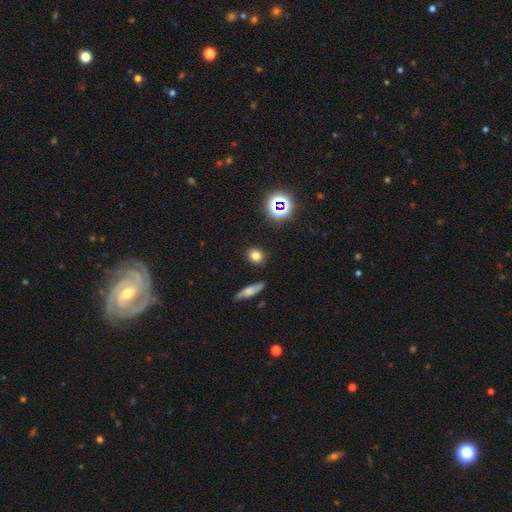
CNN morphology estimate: smooth-or-featured: smooth: 75% | star or artifact: 17% | featured or disk: 8%
  how-rounded: round: 70% | in between: 27% | cigar-shaped: 3%
  merging: none: 87% | minor disturbance: 8% | major disturbance: 2% | merger: 2%